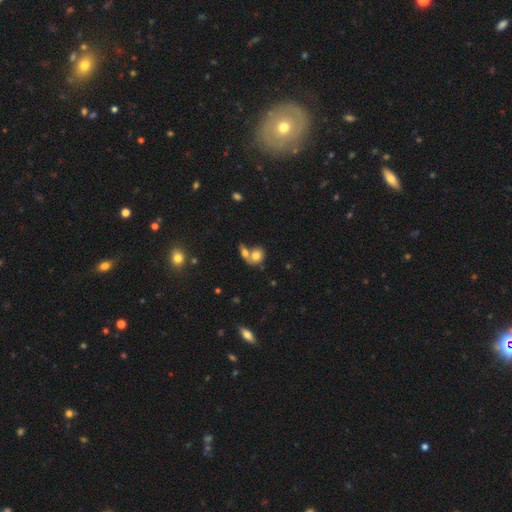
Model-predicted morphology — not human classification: type=smooth (74%); roundness=round (59%); merging=merger (56%).